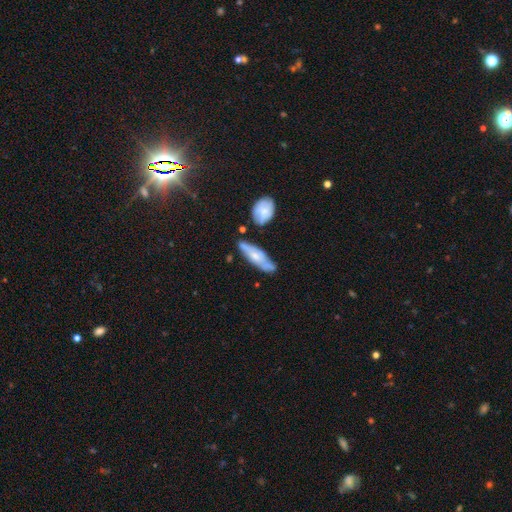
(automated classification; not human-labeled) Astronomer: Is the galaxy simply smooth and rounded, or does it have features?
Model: featured or disk — 48% (runner-up: smooth, 46%).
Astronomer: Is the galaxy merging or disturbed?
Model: none — 57%.